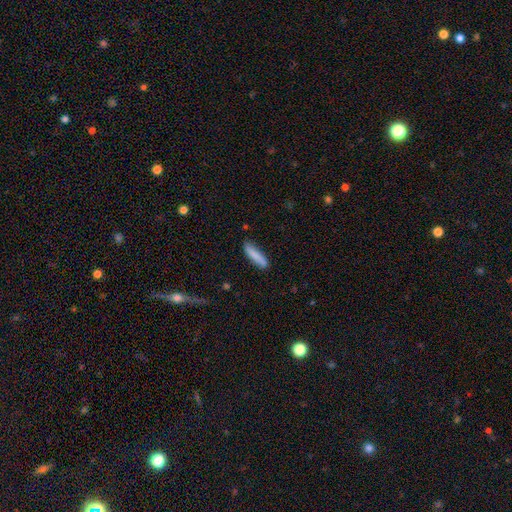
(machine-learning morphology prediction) Smooth or featured?
  - smooth: 81% *
  - featured or disk: 13%
  - star or artifact: 6%
How rounded?
  - cigar-shaped: 76% *
  - in between: 23%
  - round: 1%
Merging?
  - none: 79% *
  - minor disturbance: 16%
  - major disturbance: 3%
  - merger: 2%